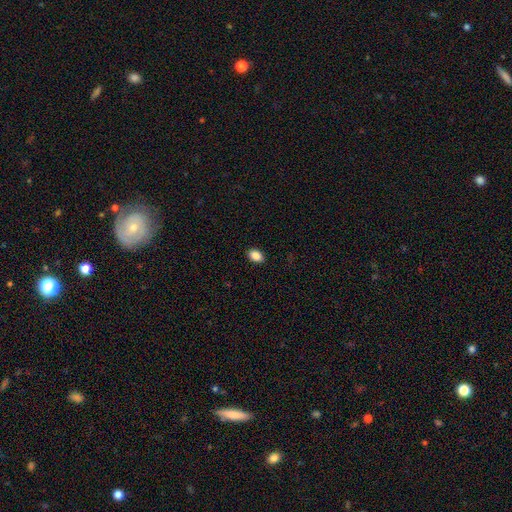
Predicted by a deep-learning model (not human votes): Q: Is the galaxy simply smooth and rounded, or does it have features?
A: smooth — 87%.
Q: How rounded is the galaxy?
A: in between — 86%.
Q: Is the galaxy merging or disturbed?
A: none — 90%.